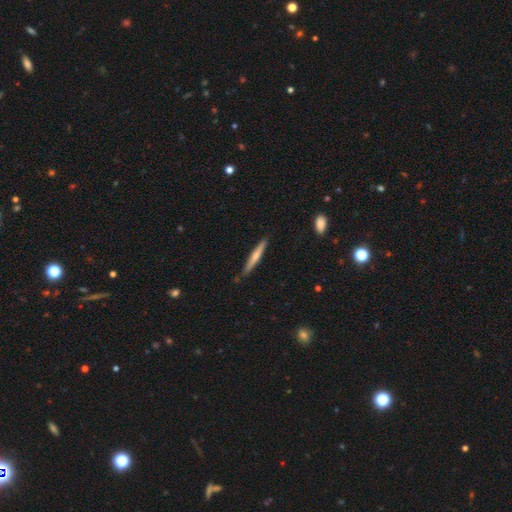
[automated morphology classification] A smooth galaxy with no disk features (54%) that is cigar-shaped (95%).

Vote fractions:
- Smooth or featured? smooth: 54% / featured or disk: 40% / star or artifact: 6%
- How rounded? cigar-shaped: 95% / in between: 4% / round: 1%
- Merging? none: 86% / minor disturbance: 10% / merger: 2% / major disturbance: 2%